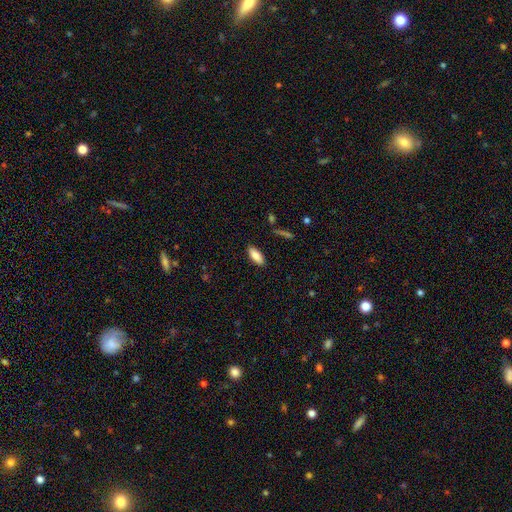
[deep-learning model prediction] Morphology: type=smooth (84%); roundness=in between (82%); merging=none (88%).